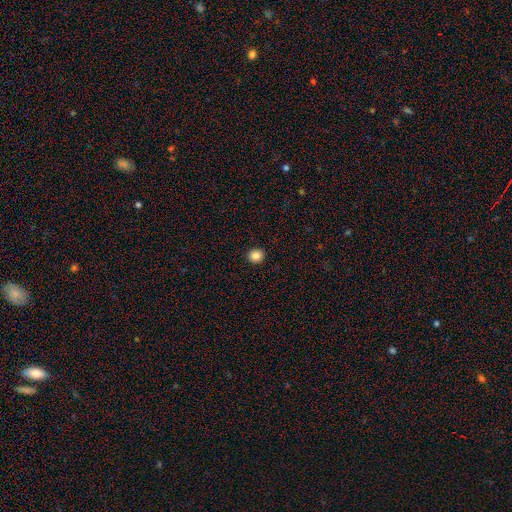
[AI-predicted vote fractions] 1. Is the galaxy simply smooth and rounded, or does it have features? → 86% smooth, 10% star or artifact, 4% featured or disk.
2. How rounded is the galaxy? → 83% round, 16% in between, 1% cigar-shaped.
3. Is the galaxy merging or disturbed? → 93% none, 5% minor disturbance, 1% major disturbance, 1% merger.